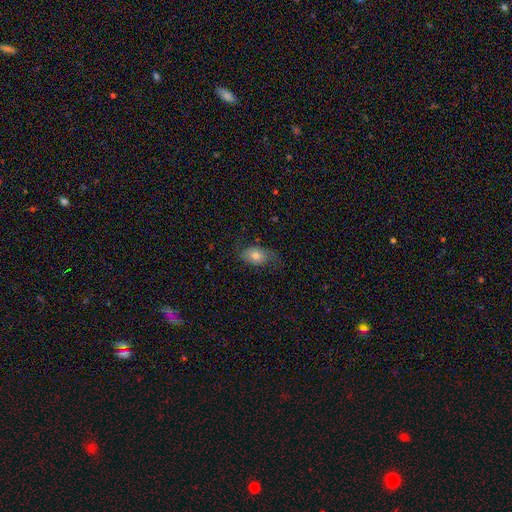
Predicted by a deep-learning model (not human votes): Overall: smooth (67%). How rounded: in between (80%). Merging: none (57%; minor disturbance 26%).